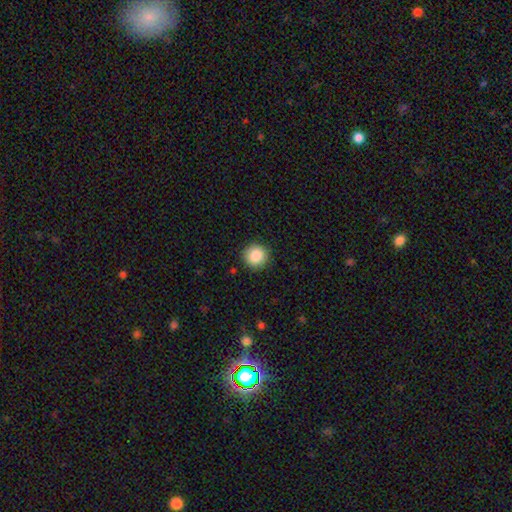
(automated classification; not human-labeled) Smooth or featured: smooth — 86% (star or artifact — 9%)
How rounded: round — 93% (in between — 6%)
Merging: none — 90% (minor disturbance — 7%)